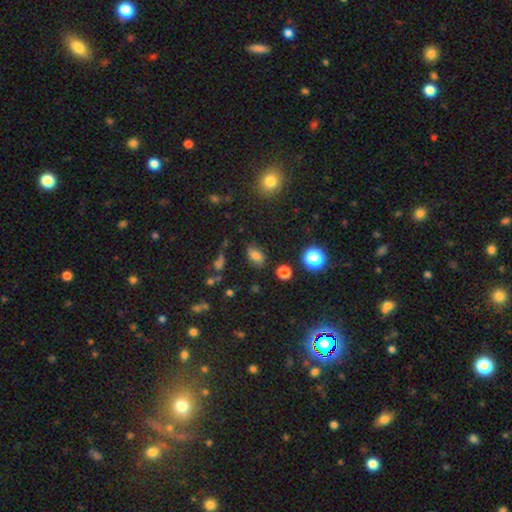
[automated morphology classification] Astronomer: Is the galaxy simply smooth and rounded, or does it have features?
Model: smooth — 72%.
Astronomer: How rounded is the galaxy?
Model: in between — 79%.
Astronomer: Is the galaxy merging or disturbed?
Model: none — 76%.